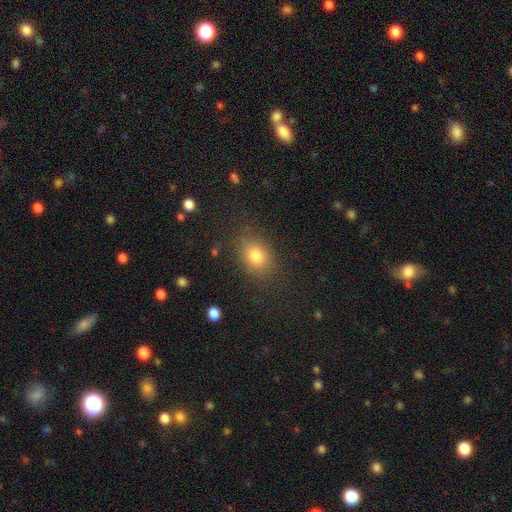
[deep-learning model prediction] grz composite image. It shows a smooth galaxy with no disk features (79%) that is in between round and cigar-shaped (61%). Merging: none (81%).